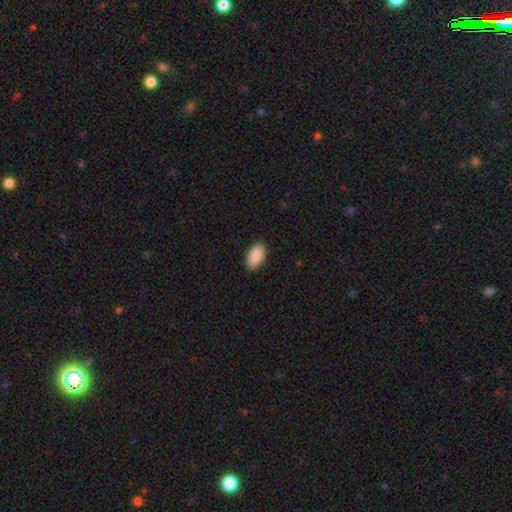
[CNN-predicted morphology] Q: Smooth or featured?
A: smooth (91%); runner-up: star or artifact (6%)
Q: How rounded?
A: in between (95%); runner-up: cigar-shaped (3%)
Q: Merging?
A: none (88%); runner-up: minor disturbance (9%)